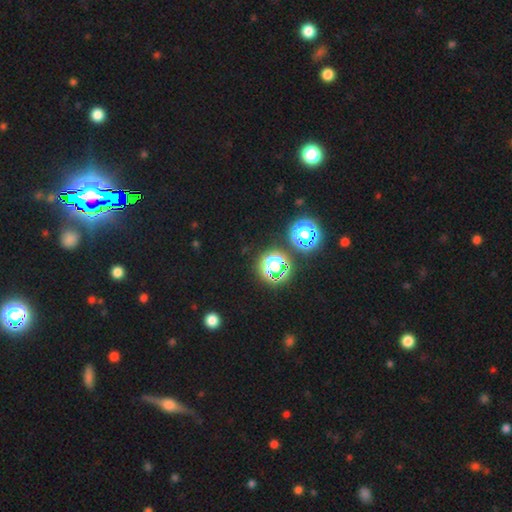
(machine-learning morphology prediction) star or artifact 74%, smooth 19%, featured or disk 7%.